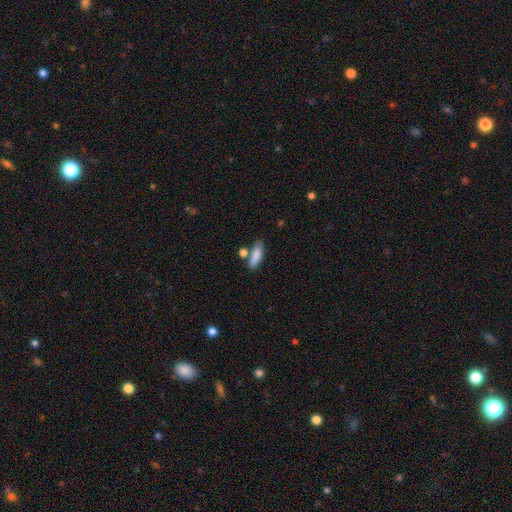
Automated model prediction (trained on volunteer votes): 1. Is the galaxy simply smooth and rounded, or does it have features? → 84% smooth, 9% featured or disk, 7% star or artifact.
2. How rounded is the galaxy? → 57% in between, 40% cigar-shaped, 3% round.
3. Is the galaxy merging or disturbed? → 63% none, 16% minor disturbance, 16% merger, 5% major disturbance.